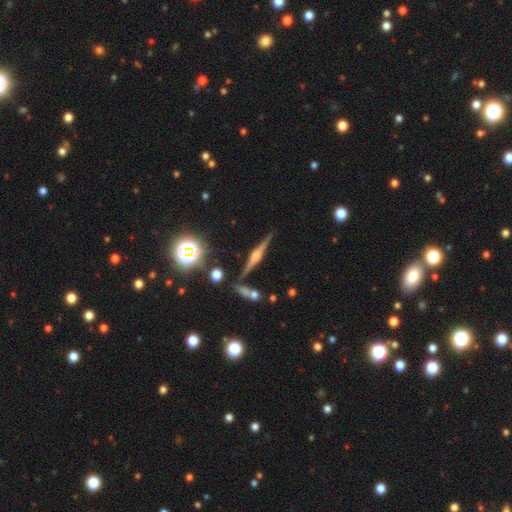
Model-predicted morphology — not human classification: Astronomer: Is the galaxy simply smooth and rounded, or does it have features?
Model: featured or disk — 79%.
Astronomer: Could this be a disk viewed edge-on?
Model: yes — 97%.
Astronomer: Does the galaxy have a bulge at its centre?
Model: rounded — 83%.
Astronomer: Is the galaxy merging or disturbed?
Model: none — 83%.